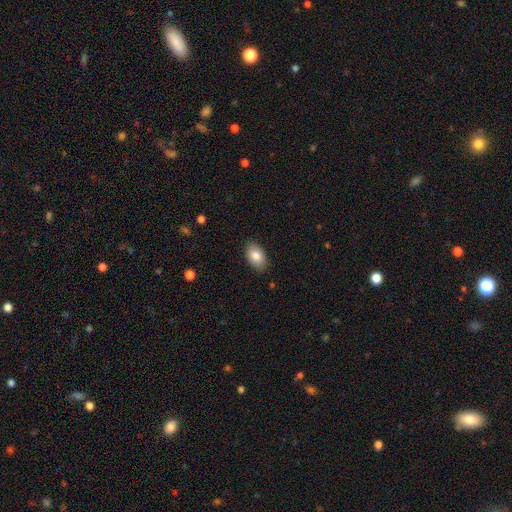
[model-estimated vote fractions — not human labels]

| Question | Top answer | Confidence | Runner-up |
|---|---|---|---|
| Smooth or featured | smooth | 83% | featured or disk (10%) |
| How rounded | in between | 92% | round (6%) |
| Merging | none | 86% | minor disturbance (11%) |